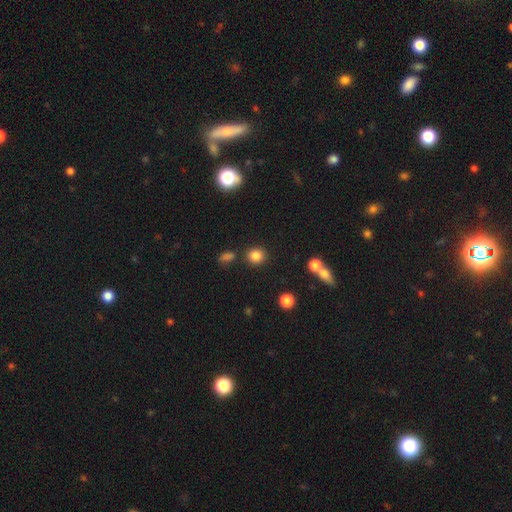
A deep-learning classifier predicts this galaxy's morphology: A smooth galaxy with no disk features (83%) that is round (83%). Merging: none (83%).